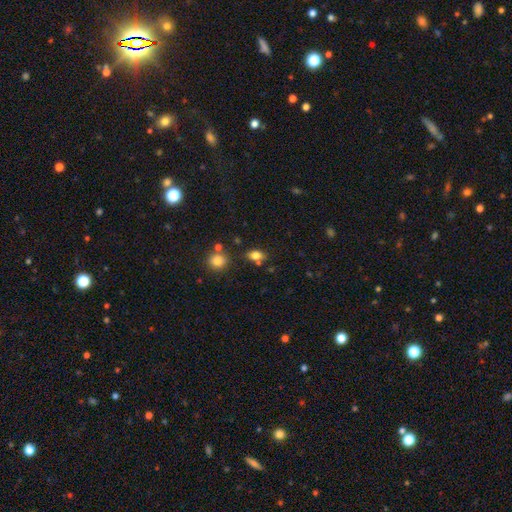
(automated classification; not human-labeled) The model was most divided on "how rounded": in between: 77%, round: 20%, cigar-shaped: 3%. More confident: smooth or featured — smooth (79%); merging — none (72%).